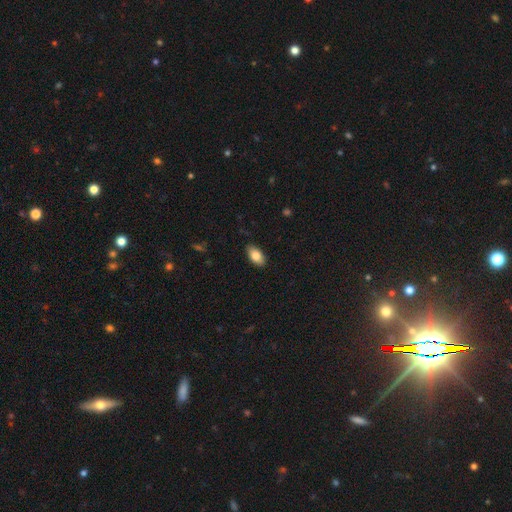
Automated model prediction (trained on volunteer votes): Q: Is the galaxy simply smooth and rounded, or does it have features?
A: smooth — 84%.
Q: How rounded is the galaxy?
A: in between — 93%.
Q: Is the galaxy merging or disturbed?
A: none — 87%.